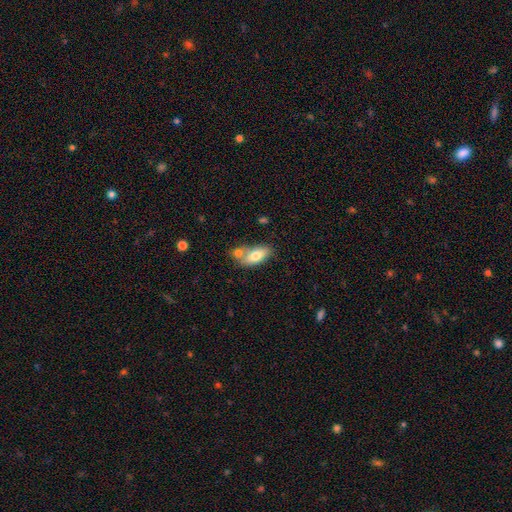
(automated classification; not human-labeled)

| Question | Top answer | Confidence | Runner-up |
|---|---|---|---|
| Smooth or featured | smooth | 73% | featured or disk (20%) |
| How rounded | in between | 86% | cigar-shaped (10%) |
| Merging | none | 41% | merger (40%) |